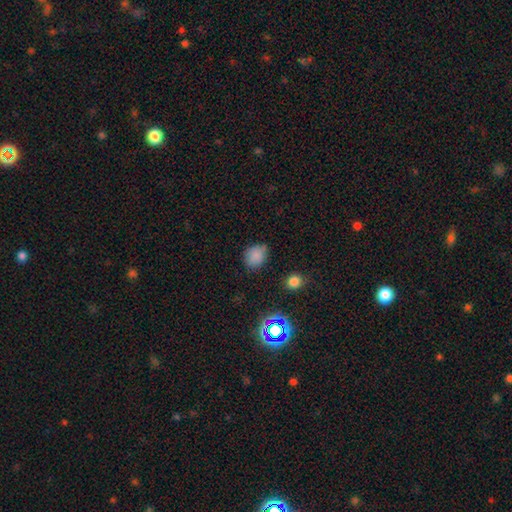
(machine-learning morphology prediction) This appears to be a smooth galaxy with no disk features (82%) that is round (57%). Merging: none (69%).